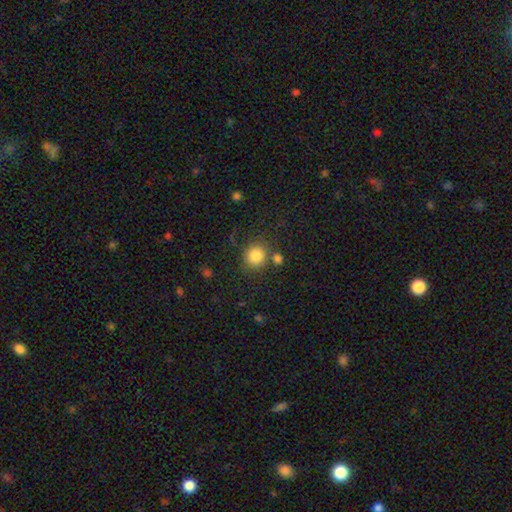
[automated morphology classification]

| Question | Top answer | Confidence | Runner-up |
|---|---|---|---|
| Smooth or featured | smooth | 84% | star or artifact (11%) |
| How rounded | round | 89% | in between (11%) |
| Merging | none | 74% | minor disturbance (11%) |